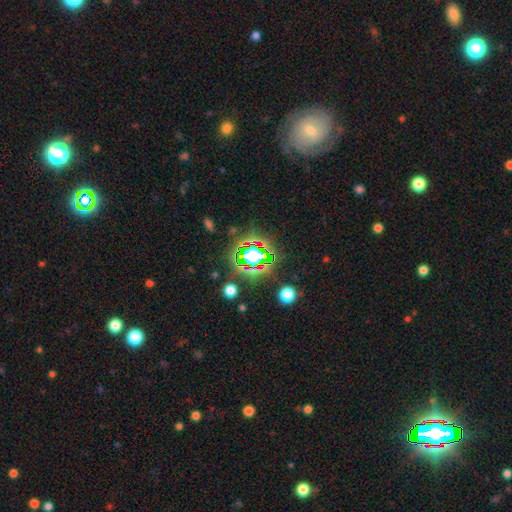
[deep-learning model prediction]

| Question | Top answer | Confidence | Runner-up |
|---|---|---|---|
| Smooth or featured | star or artifact | 67% | smooth (19%) |